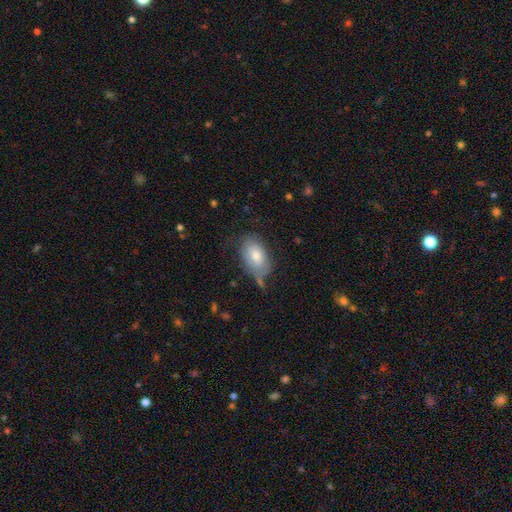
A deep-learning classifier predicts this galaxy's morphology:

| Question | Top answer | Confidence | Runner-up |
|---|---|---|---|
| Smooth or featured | smooth | 62% | featured or disk (30%) |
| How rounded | in between | 89% | round (9%) |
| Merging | none | 55% | minor disturbance (29%) |